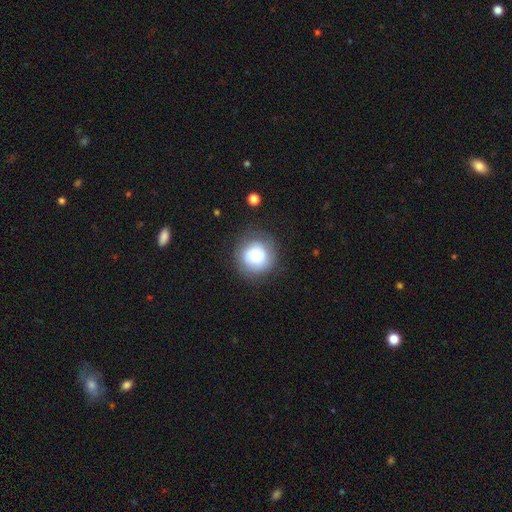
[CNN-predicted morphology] type=smooth (68%); roundness=round (93%); merging=none (80%).